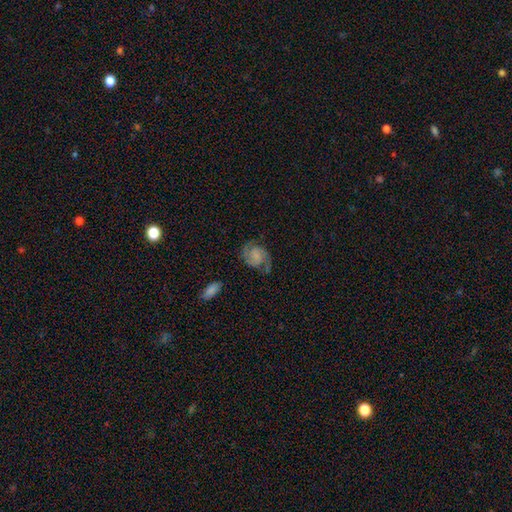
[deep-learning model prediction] Smooth or featured? Predicted: featured or disk (p=0.76). Edge-on disk? Predicted: no (p=0.98). Bar? Predicted: no (p=0.62). Spiral arms? Predicted: yes (p=0.96). Spiral winding? Predicted: medium (p=0.52). Spiral arm count? Predicted: 2 (p=0.90). Bulge size? Predicted: none (p=0.46). Merging? Predicted: none (p=0.70).